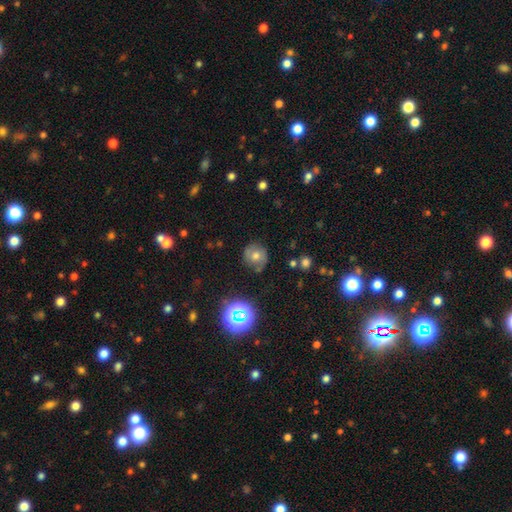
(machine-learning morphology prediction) Overall: smooth (56%; featured or disk 27%). How rounded: round (86%). Merging: none (72%).